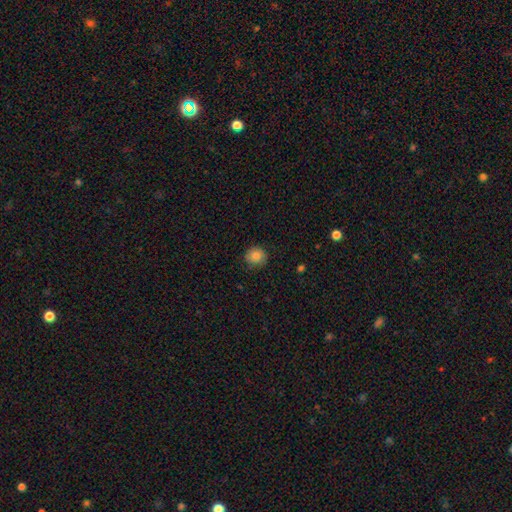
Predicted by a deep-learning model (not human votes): A smooth galaxy with no disk features (84%) that is round (87%). Merging: none (83%).